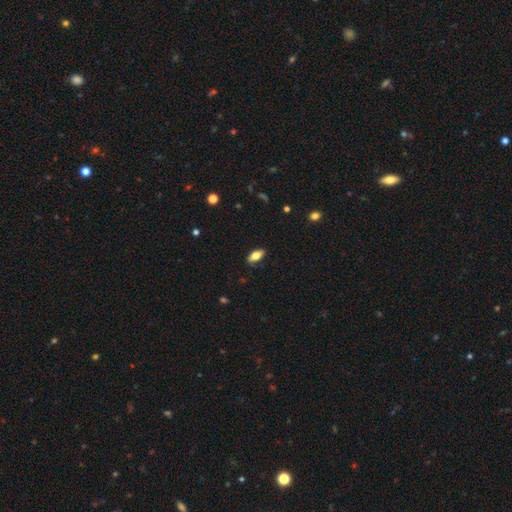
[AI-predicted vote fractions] smooth 70%, featured or disk 23%, star or artifact 7%. Down the decision tree: how rounded — in between (84%); merging — none (83%).